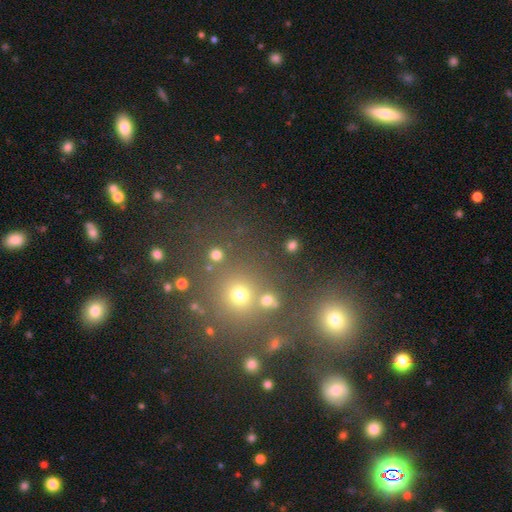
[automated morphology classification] A smooth galaxy with no disk features (48%).

Vote fractions:
- Smooth or featured? smooth: 48% / star or artifact: 41% / featured or disk: 12%
- Merging? none: 70% / merger: 17% / minor disturbance: 9% / major disturbance: 5%